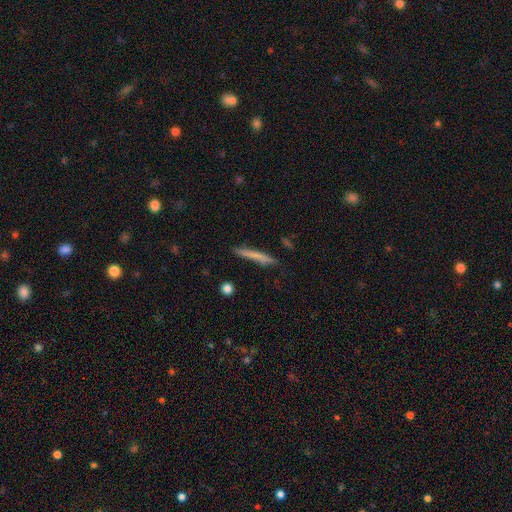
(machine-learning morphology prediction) type=smooth (64%); roundness=cigar-shaped (95%); merging=none (80%).